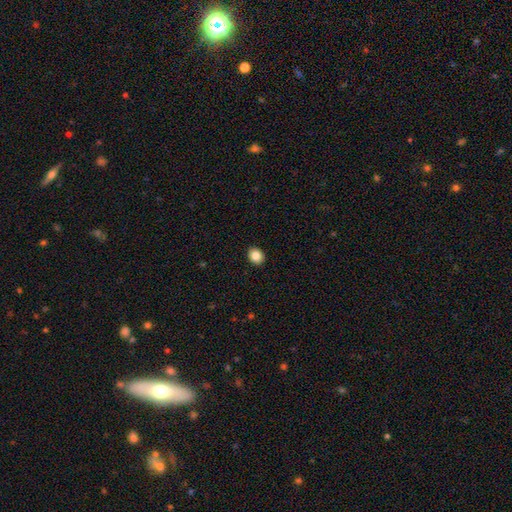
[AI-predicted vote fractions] A smooth galaxy with no disk features (85%) that is round (60%).

Vote fractions:
- Smooth or featured? smooth: 85% / star or artifact: 9% / featured or disk: 6%
- How rounded? round: 60% / in between: 39% / cigar-shaped: 1%
- Merging? none: 92% / minor disturbance: 6% / major disturbance: 2% / merger: 1%